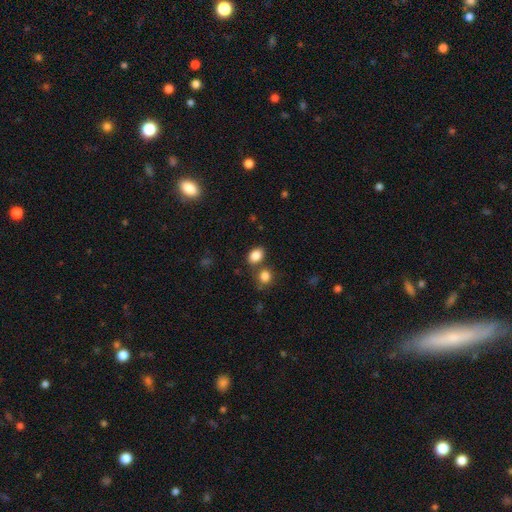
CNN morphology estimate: This appears to be a smooth galaxy with no disk features (85%) that is in between round and cigar-shaped (75%). Merging: none (67%).